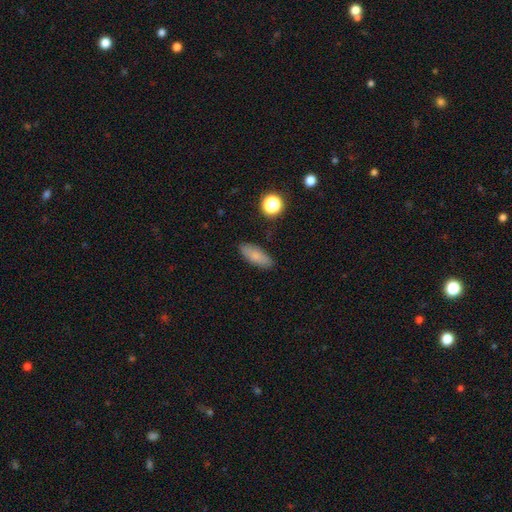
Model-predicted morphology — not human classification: This appears to be a smooth galaxy with no disk features (78%) that is in between round and cigar-shaped (74%). Merging: none (85%).